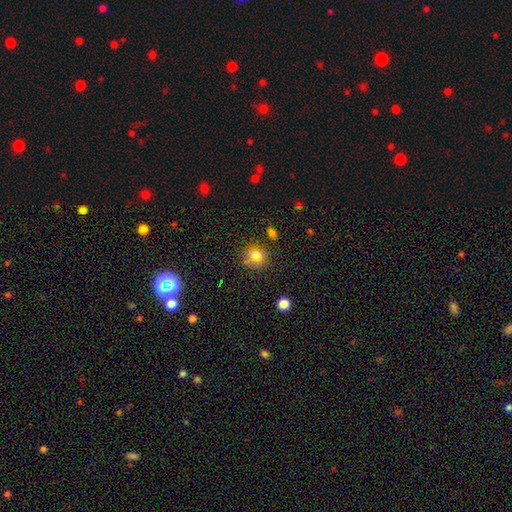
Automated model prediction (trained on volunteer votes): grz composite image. It shows a smooth galaxy with no disk features (69%) that is round (67%). Merging: none (79%).